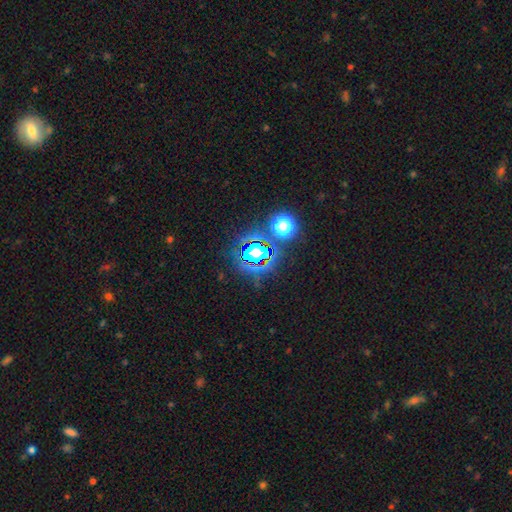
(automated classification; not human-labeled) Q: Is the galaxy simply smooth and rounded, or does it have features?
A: star or artifact — 77%.